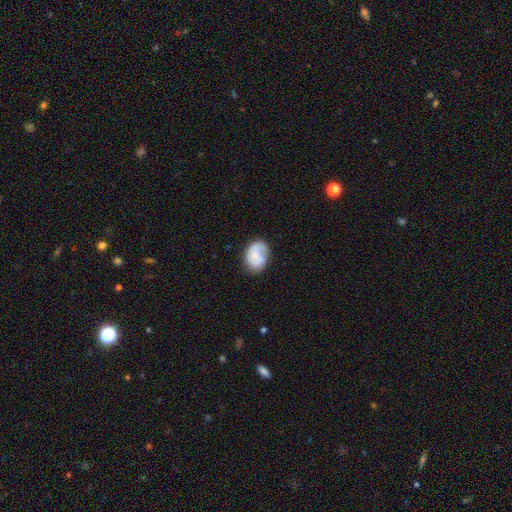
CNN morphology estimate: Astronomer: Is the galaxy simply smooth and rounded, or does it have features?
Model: smooth — 52% (runner-up: featured or disk, 40%).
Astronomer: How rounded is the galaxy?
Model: in between — 67%.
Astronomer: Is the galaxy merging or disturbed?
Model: none — 58%.